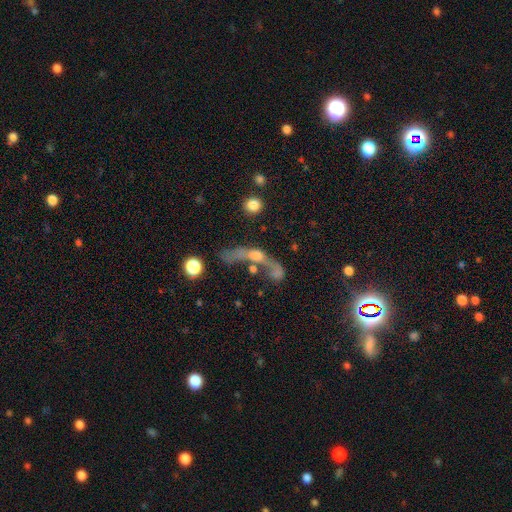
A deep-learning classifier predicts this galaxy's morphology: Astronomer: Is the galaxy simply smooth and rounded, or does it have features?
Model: featured or disk — 47% (runner-up: smooth, 36%).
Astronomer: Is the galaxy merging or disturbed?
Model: major disturbance — 37% (runner-up: merger, 33%).